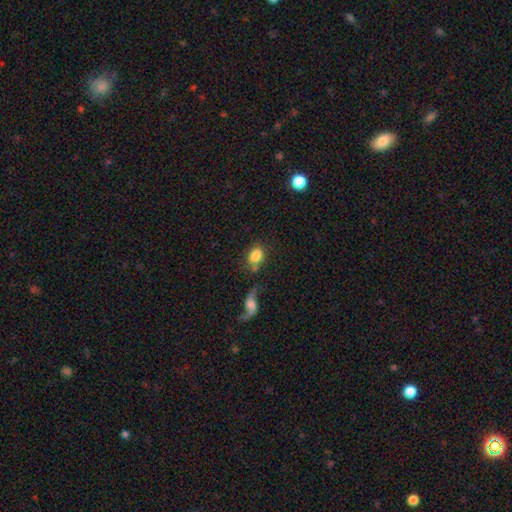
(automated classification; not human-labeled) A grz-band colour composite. It shows a smooth galaxy with no disk features (79%) that is in between round and cigar-shaped (70%). Merging: none (54%).